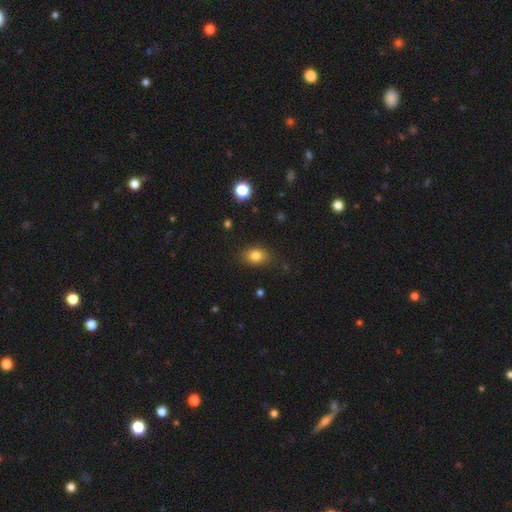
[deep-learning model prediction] smooth 81%, star or artifact 11%, featured or disk 8%. Down the decision tree: how rounded — in between (73%); merging — none (84%).